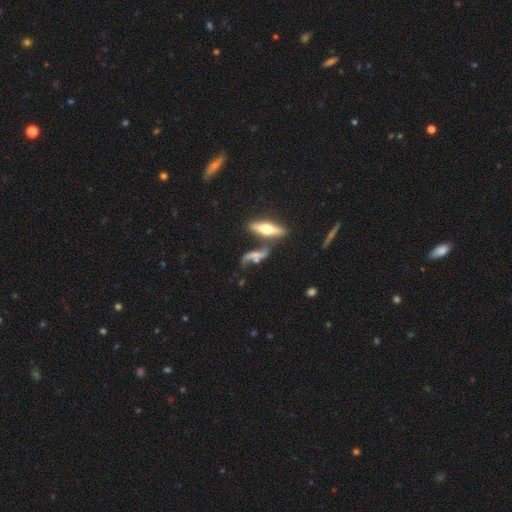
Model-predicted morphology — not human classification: Q: Smooth or featured?
A: featured or disk (64%); runner-up: smooth (25%)
Q: Edge-on disk?
A: no (65%); runner-up: yes (35%)
Q: Merging?
A: none (43%); runner-up: merger (27%)